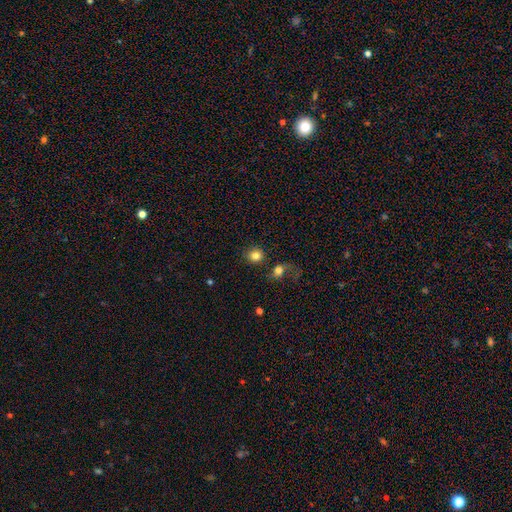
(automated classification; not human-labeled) smooth-or-featured: smooth: 83% | star or artifact: 10% | featured or disk: 7%
  how-rounded: round: 85% | in between: 14% | cigar-shaped: 1%
  merging: none: 71% | merger: 13% | minor disturbance: 9% | major disturbance: 6%